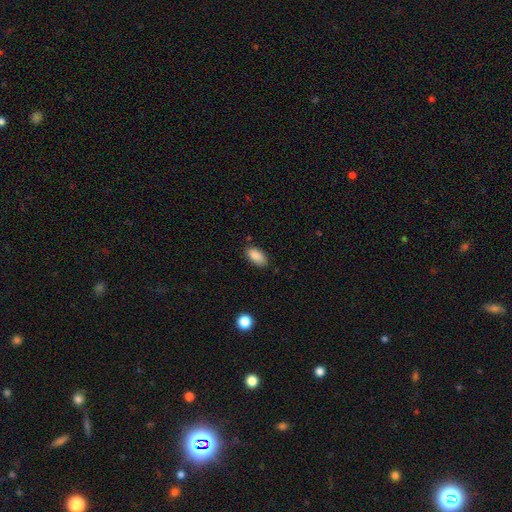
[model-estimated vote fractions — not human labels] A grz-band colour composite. It shows a smooth galaxy with no disk features (88%) that is in between round and cigar-shaped (92%). Merging: none (82%).